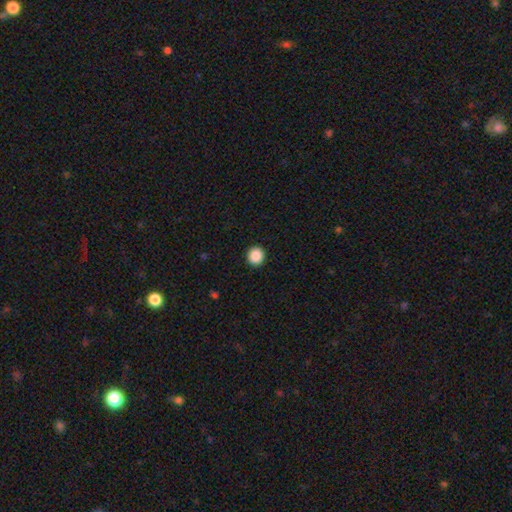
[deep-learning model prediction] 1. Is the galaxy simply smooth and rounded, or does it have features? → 89% smooth, 8% star or artifact, 3% featured or disk.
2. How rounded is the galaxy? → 92% round, 7% in between, 1% cigar-shaped.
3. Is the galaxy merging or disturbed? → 93% none, 4% minor disturbance, 2% major disturbance, 1% merger.